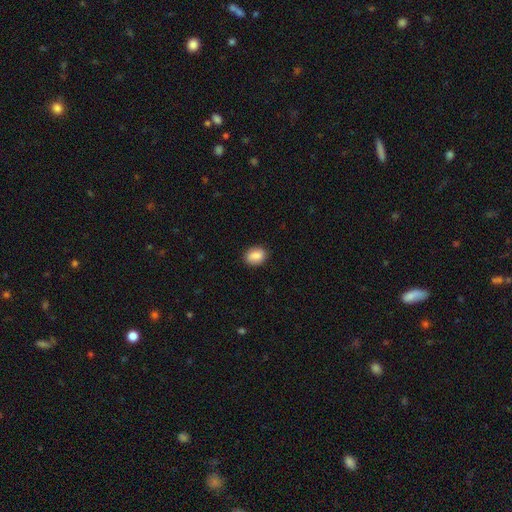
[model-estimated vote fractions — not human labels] This is clearly a smooth galaxy (85%). How rounded: likely in between (64%). Merging: clearly none (89%).